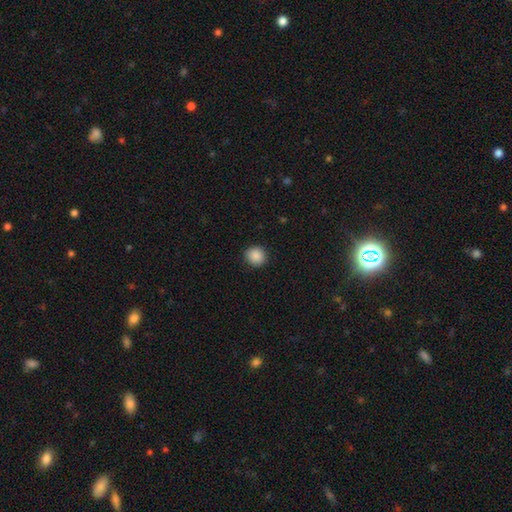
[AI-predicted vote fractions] smooth-or-featured: smooth: 89% | star or artifact: 9% | featured or disk: 3%
  how-rounded: round: 89% | in between: 10% | cigar-shaped: 1%
  merging: none: 90% | minor disturbance: 7% | major disturbance: 2% | merger: 1%